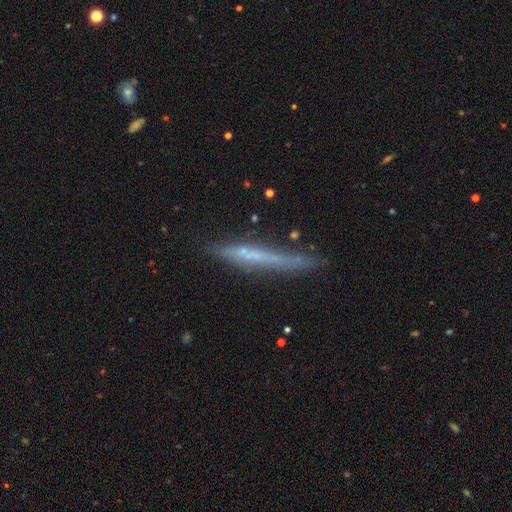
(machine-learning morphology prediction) Overall: featured or disk (48%; smooth 44%). Merging: none (72%).